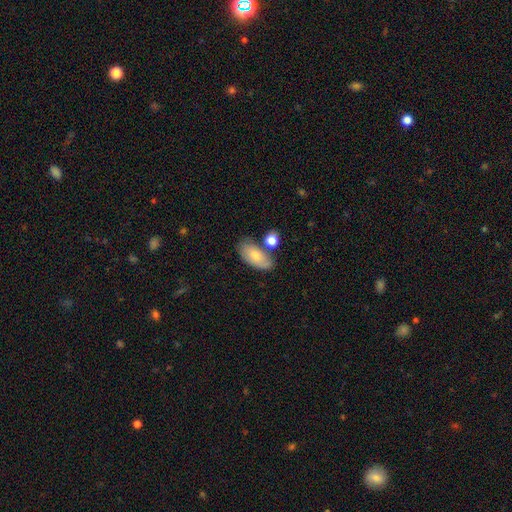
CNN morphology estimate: This is likely a smooth galaxy (73%). How rounded: clearly in between (91%). Merging: likely none (61%).